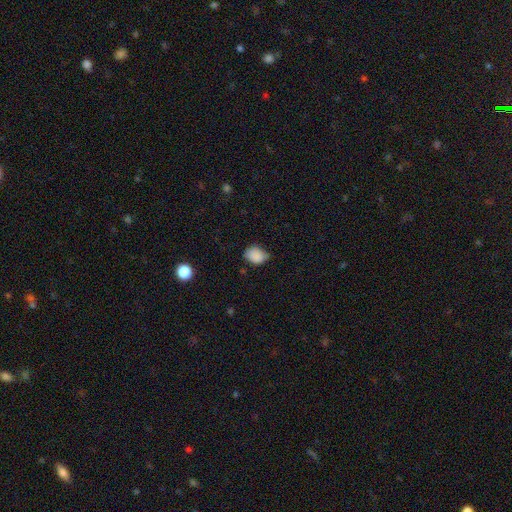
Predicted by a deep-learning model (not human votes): Smooth or featured: smooth — 84% (star or artifact — 9%)
How rounded: in between — 51% (round — 48%)
Merging: none — 48% (minor disturbance — 42%)